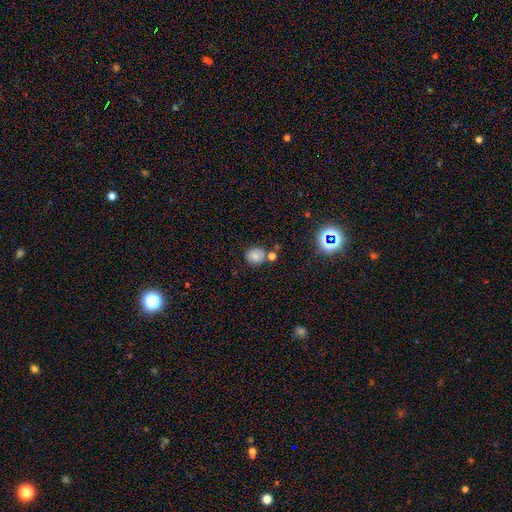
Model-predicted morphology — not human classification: This appears to be a smooth galaxy with no disk features (78%) that is round (76%). Merging: none (66%).